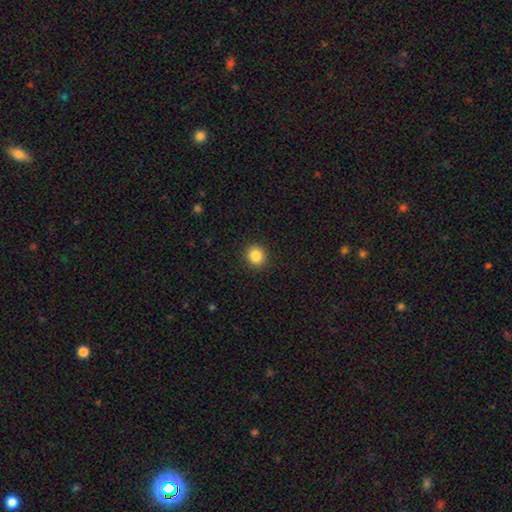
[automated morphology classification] Q: Smooth or featured?
A: smooth (86%); runner-up: star or artifact (10%)
Q: How rounded?
A: round (85%); runner-up: in between (14%)
Q: Merging?
A: none (92%); runner-up: minor disturbance (5%)